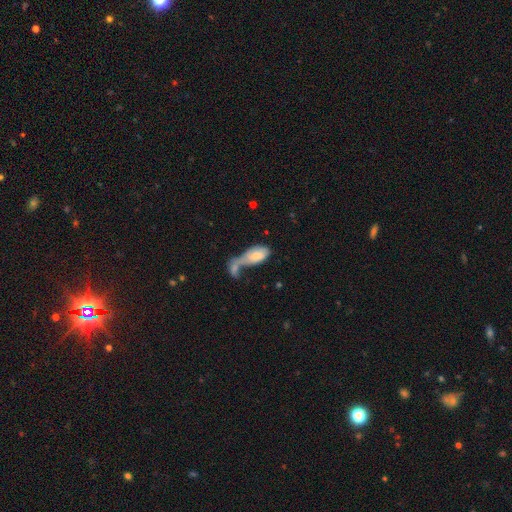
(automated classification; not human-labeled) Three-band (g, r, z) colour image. It shows a smooth galaxy with no disk features (71%) that is in between round and cigar-shaped (91%). Merging: merger (60%).